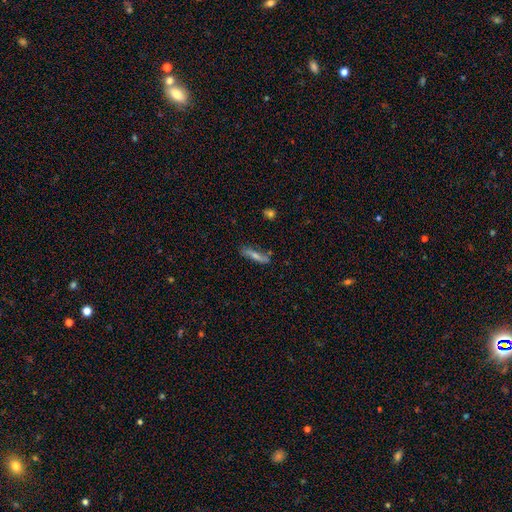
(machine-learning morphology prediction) A featured or disk galaxy (50%) viewed edge-on (65%). Merging: none (76%).